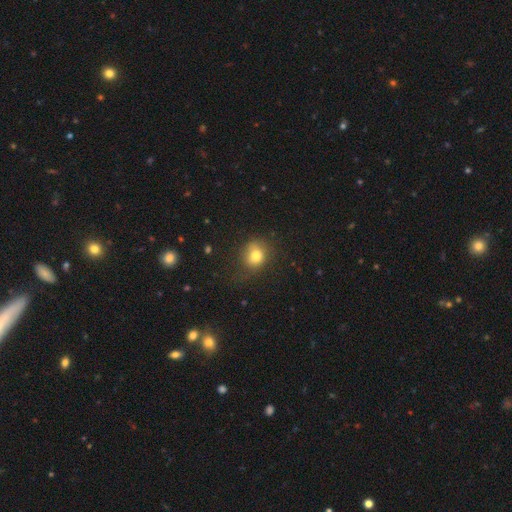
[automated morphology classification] The model was most divided on "how rounded": round: 69%, in between: 30%, cigar-shaped: 1%. More confident: smooth or featured — smooth (79%); merging — none (66%).